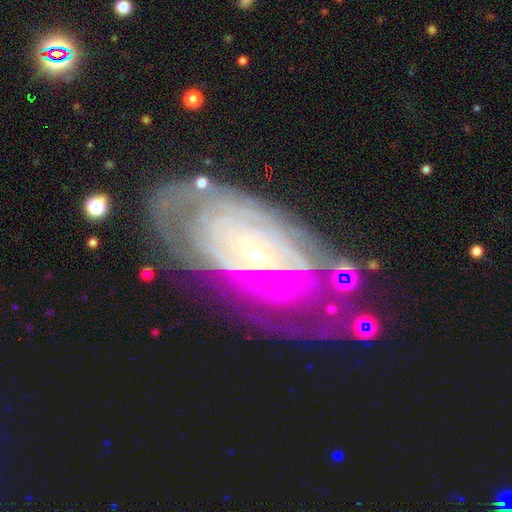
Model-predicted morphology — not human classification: Smooth or featured?
  - featured or disk: 83% *
  - smooth: 10%
  - star or artifact: 7%
Edge-on disk?
  - no: 93% *
  - yes: 7%
Bar?
  - no: 65% *
  - weak: 26%
  - strong: 9%
Spiral arms?
  - yes: 87% *
  - no: 13%
Spiral winding?
  - tight: 75% *
  - medium: 19%
  - loose: 6%
Spiral arm count?
  - can't tell: 54% *
  - 2: 12%
  - 4: 10%
  - more than 4: 10%
  - 3: 9%
  - 1: 5%
Bulge size?
  - small: 79% *
  - moderate: 15%
  - none: 2%
  - large: 2%
  - dominant: 1%
Merging?
  - none: 55% *
  - minor disturbance: 23%
  - major disturbance: 16%
  - merger: 7%